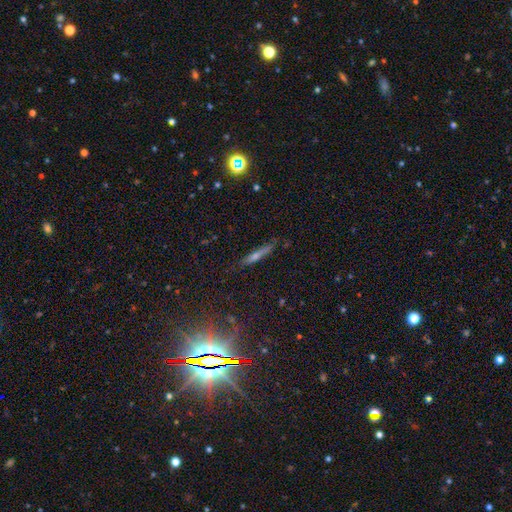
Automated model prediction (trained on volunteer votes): featured or disk 48%, smooth 37%, star or artifact 16%. Down the decision tree: merging — none (84%).